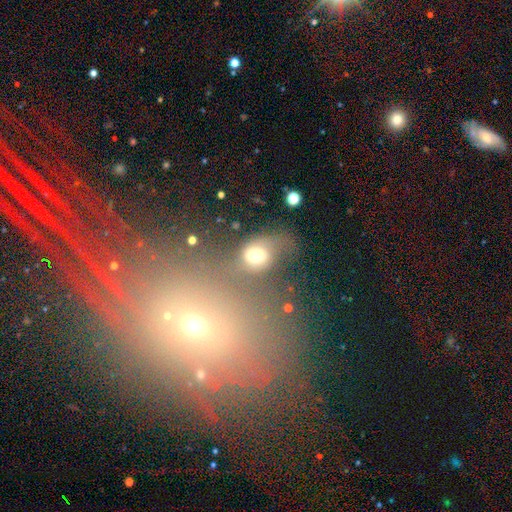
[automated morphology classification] A smooth galaxy with no disk features (65%) that is round (51%).

Vote fractions:
- Smooth or featured? smooth: 65% / featured or disk: 20% / star or artifact: 15%
- How rounded? round: 51% / in between: 47% / cigar-shaped: 2%
- Merging? none: 37% / major disturbance: 24% / minor disturbance: 21% / merger: 19%